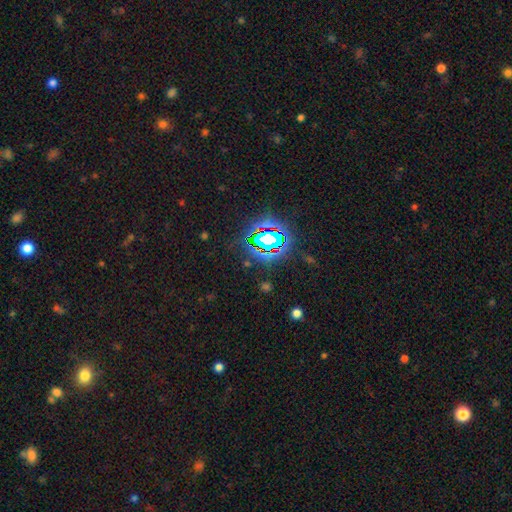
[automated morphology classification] type=star or artifact (82%).